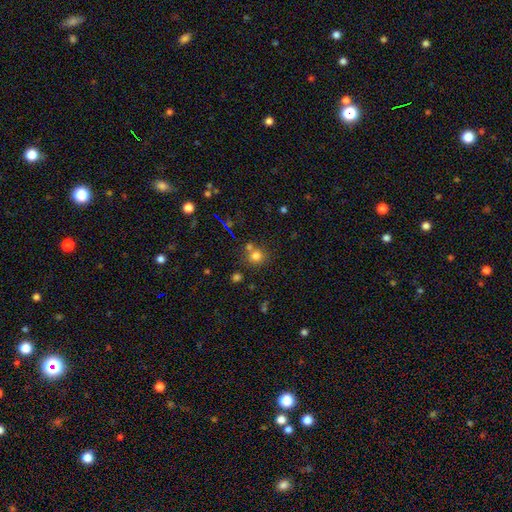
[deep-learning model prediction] This is likely a smooth galaxy (75%). How rounded: clearly round (84%). Merging: likely none (62%).